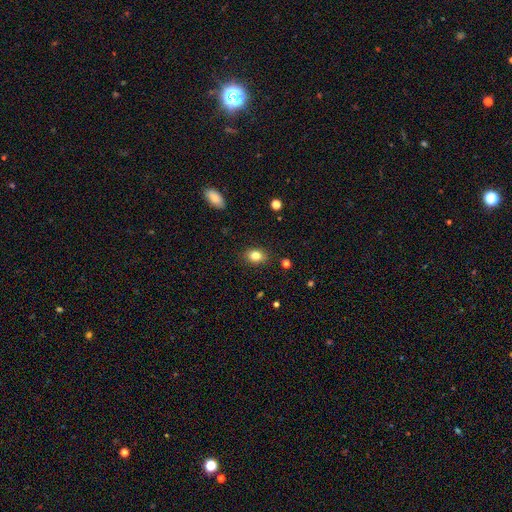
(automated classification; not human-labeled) The model was most divided on "how rounded": in between: 66%, round: 33%, cigar-shaped: 1%. More confident: merging — none (87%); smooth or featured — smooth (82%).